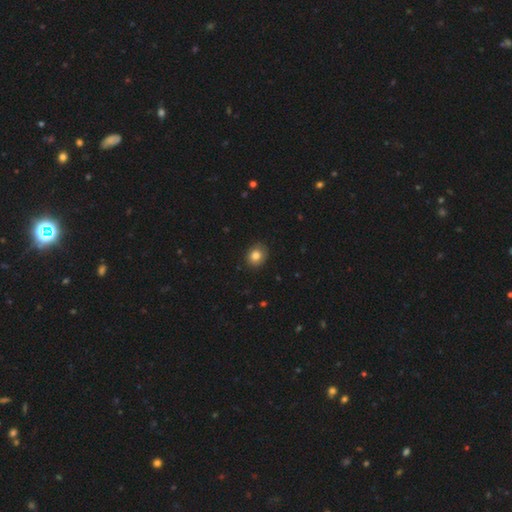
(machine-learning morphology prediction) smooth-or-featured: smooth: 83% | star or artifact: 10% | featured or disk: 7%
  how-rounded: round: 66% | in between: 33% | cigar-shaped: 1%
  merging: none: 87% | minor disturbance: 10% | major disturbance: 2% | merger: 1%